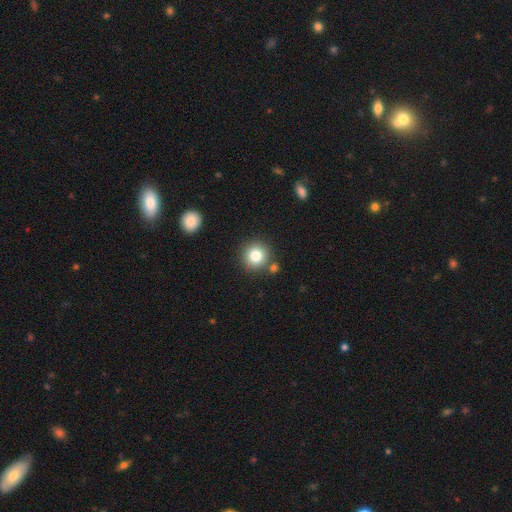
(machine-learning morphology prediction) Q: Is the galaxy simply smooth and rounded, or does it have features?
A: smooth — 81%.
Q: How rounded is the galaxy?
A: round — 92%.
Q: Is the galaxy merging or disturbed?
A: none — 80%.